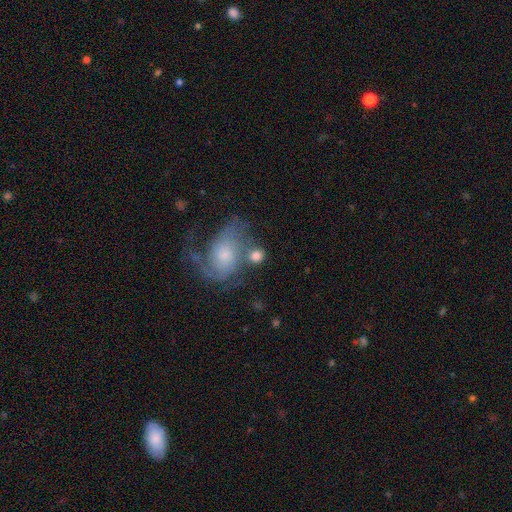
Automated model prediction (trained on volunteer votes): Overall: smooth (59%; featured or disk 32%). How rounded: round (70%). Merging: none (48%; merger 26%).